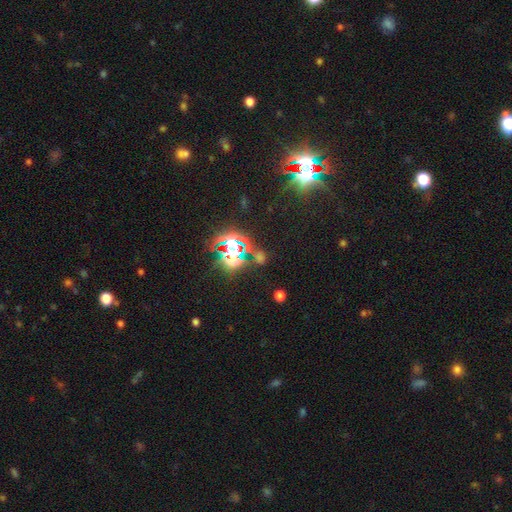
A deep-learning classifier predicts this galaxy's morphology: Smooth or featured?
  - star or artifact: 77% *
  - smooth: 15%
  - featured or disk: 8%